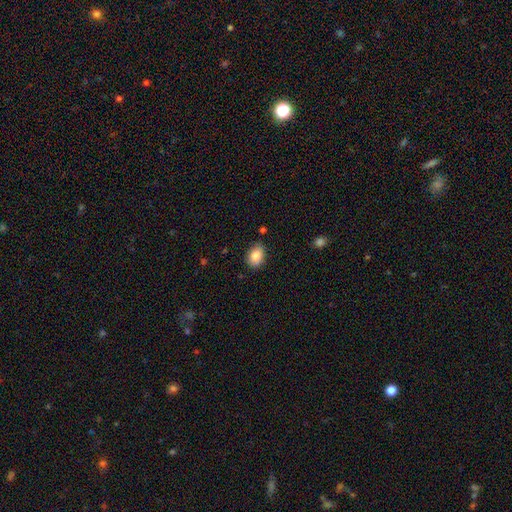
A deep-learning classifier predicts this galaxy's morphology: Smooth or featured? smooth (85%)
How rounded? in between (79%)
Merging? none (77%)